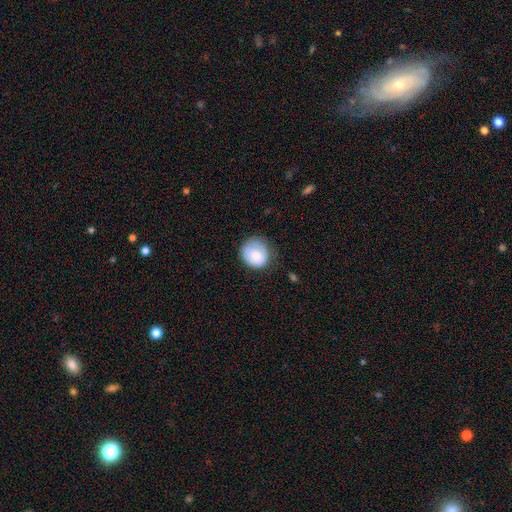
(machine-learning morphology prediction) Q: Smooth or featured?
A: smooth (80%); runner-up: featured or disk (13%)
Q: How rounded?
A: round (85%); runner-up: in between (14%)
Q: Merging?
A: none (65%); runner-up: minor disturbance (25%)